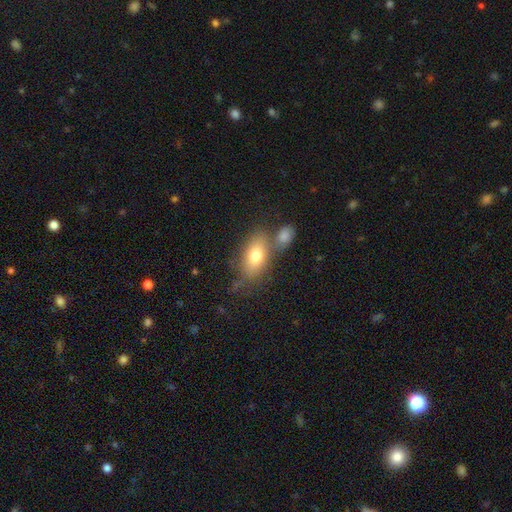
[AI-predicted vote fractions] A smooth galaxy with no disk features (74%) that is in between round and cigar-shaped (87%). Merging: none (53%).